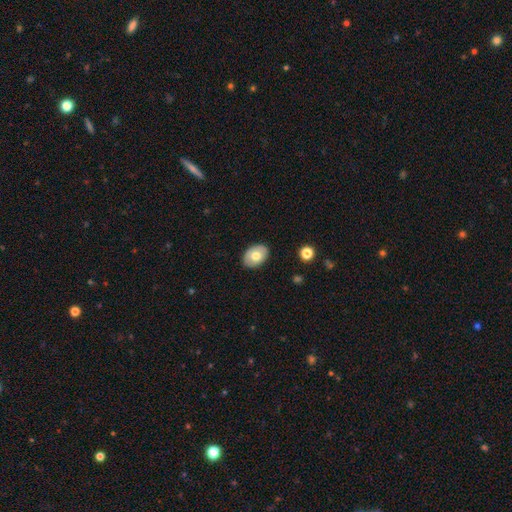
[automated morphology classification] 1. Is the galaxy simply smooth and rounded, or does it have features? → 70% smooth, 24% featured or disk, 7% star or artifact.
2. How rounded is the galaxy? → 83% in between, 16% round, 1% cigar-shaped.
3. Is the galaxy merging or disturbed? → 87% none, 10% minor disturbance, 2% major disturbance, 1% merger.